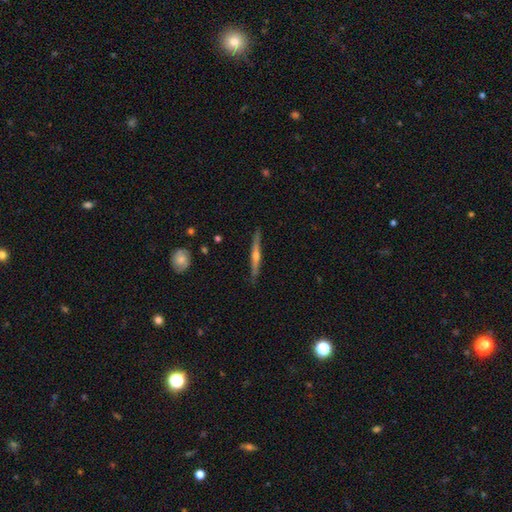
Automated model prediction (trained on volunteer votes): Smooth or featured?
  - featured or disk: 74% *
  - smooth: 20%
  - star or artifact: 6%
Edge-on disk?
  - yes: 97% *
  - no: 3%
Edge-on bulge?
  - rounded: 85% *
  - none: 10%
  - boxy: 5%
Merging?
  - none: 88% *
  - minor disturbance: 9%
  - major disturbance: 2%
  - merger: 1%